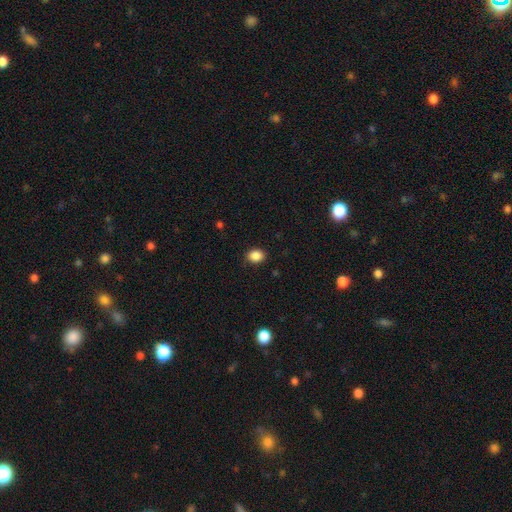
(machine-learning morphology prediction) smooth 87%, star or artifact 9%, featured or disk 3%. Down the decision tree: how rounded — in between (56%); merging — none (88%).